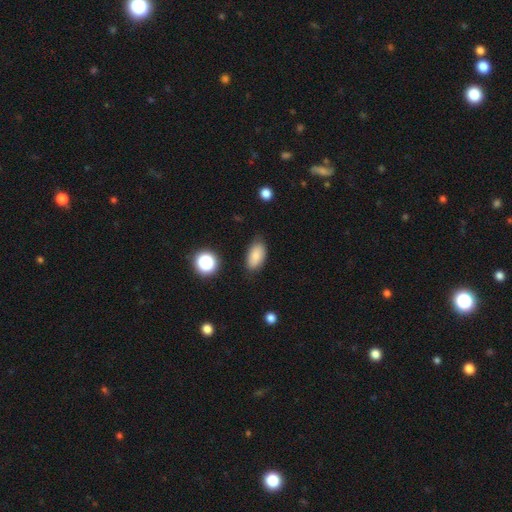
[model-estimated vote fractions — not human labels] Overall: smooth (82%). How rounded: in between (91%). Merging: none (78%).